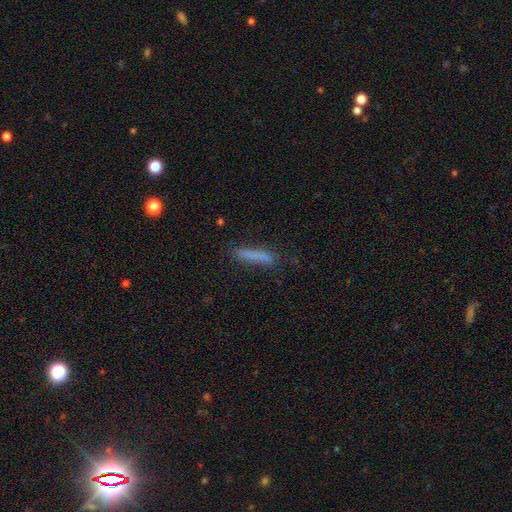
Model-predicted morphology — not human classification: Smooth or featured? smooth (75%)
How rounded? cigar-shaped (90%)
Merging? none (77%)